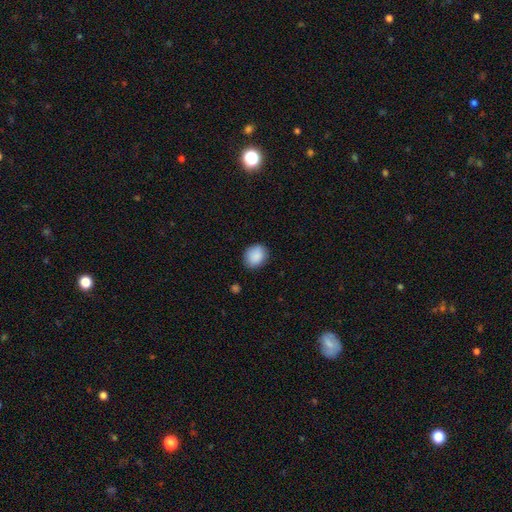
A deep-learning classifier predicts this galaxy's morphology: smooth-or-featured: smooth: 89% | star or artifact: 7% | featured or disk: 3%
  how-rounded: round: 52% | in between: 47% | cigar-shaped: 1%
  merging: none: 83% | minor disturbance: 13% | major disturbance: 3% | merger: 1%